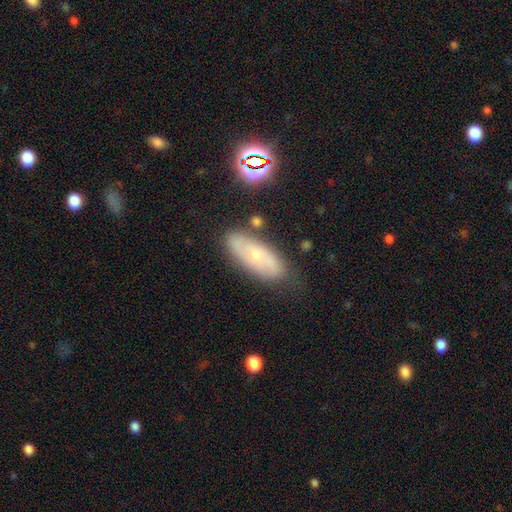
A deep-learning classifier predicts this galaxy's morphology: smooth_or_featured: featured or disk (p=0.53) [alt: smooth p=0.37]
disk_edge_on: no (p=0.82) [alt: yes p=0.18]
merging: none (p=0.74) [alt: minor disturbance p=0.18]